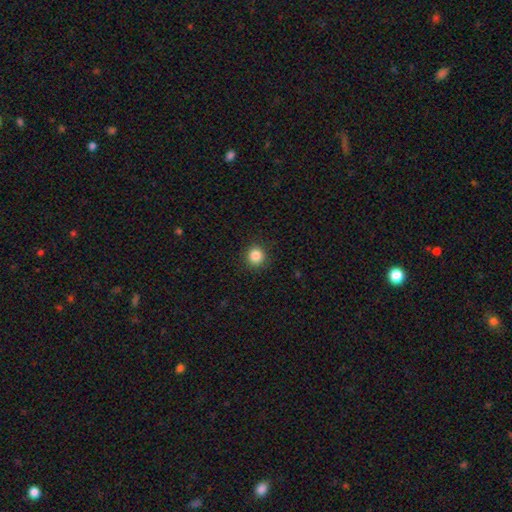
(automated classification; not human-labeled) Q: Smooth or featured?
A: smooth (86%); runner-up: star or artifact (10%)
Q: How rounded?
A: round (93%); runner-up: in between (6%)
Q: Merging?
A: none (91%); runner-up: minor disturbance (6%)